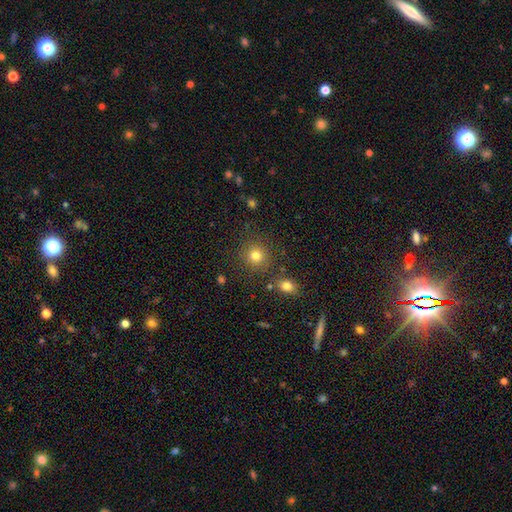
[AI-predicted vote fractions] smooth_or_featured: smooth (p=0.81) [alt: star or artifact p=0.13]
how_rounded: round (p=0.90) [alt: in between p=0.09]
merging: none (p=0.84) [alt: minor disturbance p=0.08]